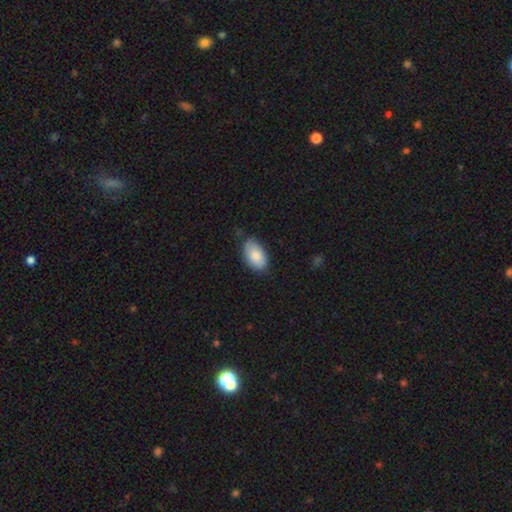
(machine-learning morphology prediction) A smooth galaxy with no disk features (85%) that is in between round and cigar-shaped (94%).

Vote fractions:
- Smooth or featured? smooth: 85% / featured or disk: 9% / star or artifact: 6%
- How rounded? in between: 94% / round: 5% / cigar-shaped: 1%
- Merging? none: 78% / minor disturbance: 18% / major disturbance: 3% / merger: 1%